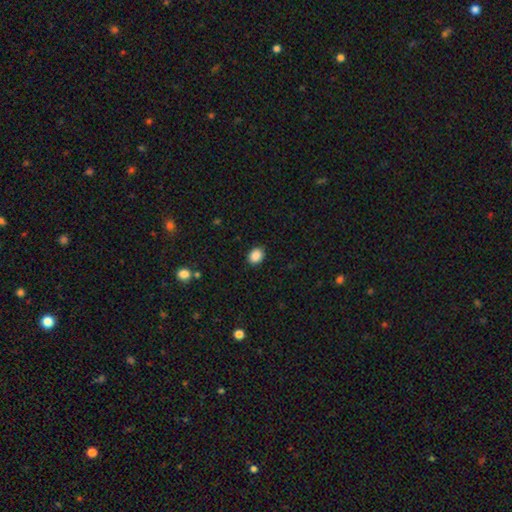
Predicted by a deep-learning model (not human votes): Q: Smooth or featured?
A: smooth (88%); runner-up: star or artifact (9%)
Q: How rounded?
A: in between (54%); runner-up: round (45%)
Q: Merging?
A: none (89%); runner-up: minor disturbance (8%)